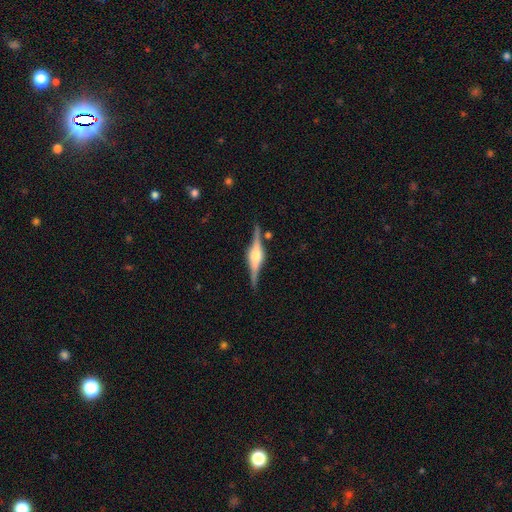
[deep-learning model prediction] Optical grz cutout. It shows a featured or disk galaxy (85%) viewed edge-on (98%) with a rounded central bulge (82%). Merging: none (86%).